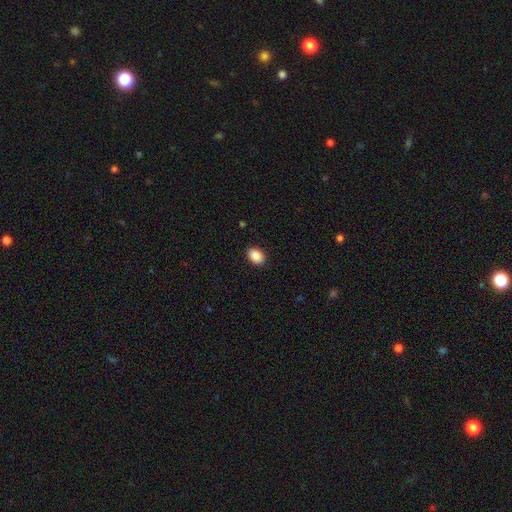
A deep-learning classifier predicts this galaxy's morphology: smooth 89%, star or artifact 8%, featured or disk 3%. Down the decision tree: how rounded — in between (80%); merging — none (90%).